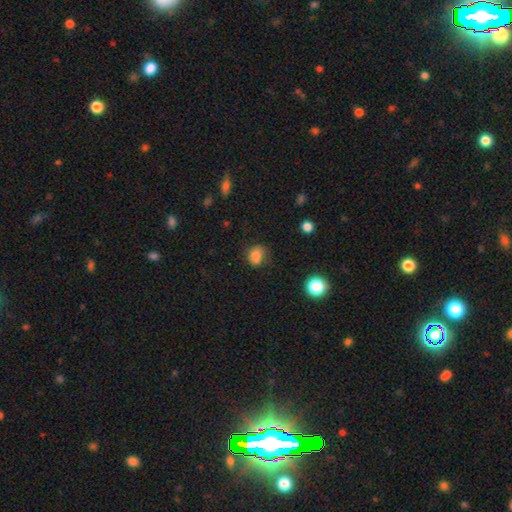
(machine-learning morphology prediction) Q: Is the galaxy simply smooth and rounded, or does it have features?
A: smooth — 78%.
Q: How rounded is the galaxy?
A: round — 60%.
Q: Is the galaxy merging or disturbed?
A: none — 61%.